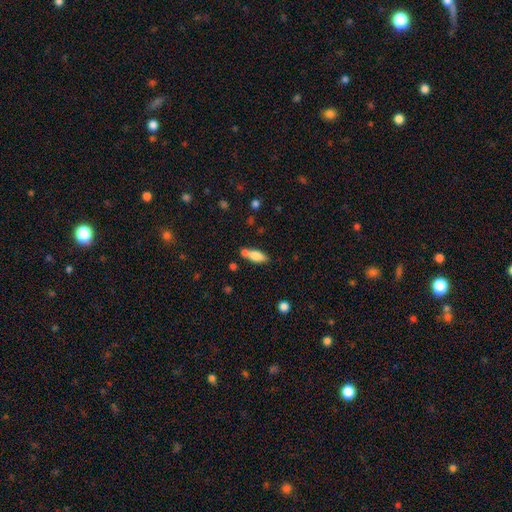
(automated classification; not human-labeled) This is likely a smooth galaxy (75%). How rounded: likely in between (67%). Merging: possibly none (57%).